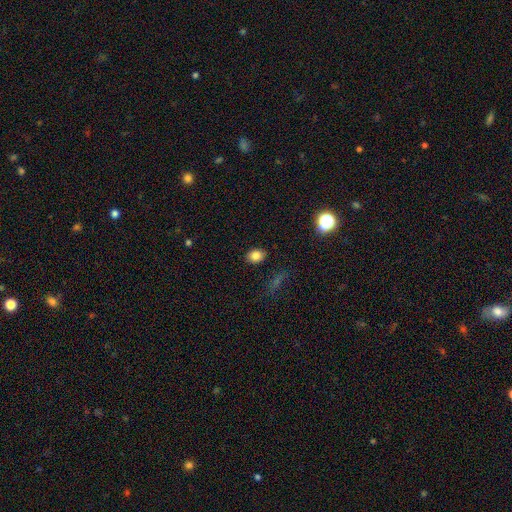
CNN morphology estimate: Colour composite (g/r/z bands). It shows a smooth galaxy with no disk features (82%) that is in between round and cigar-shaped (61%). Merging: none (88%).